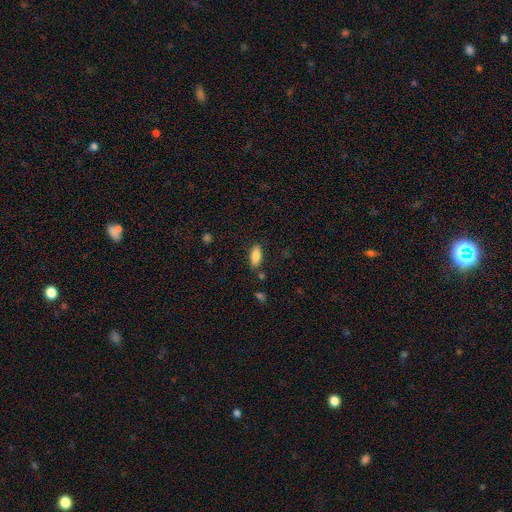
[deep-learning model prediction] Smooth or featured? Predicted: smooth (p=0.83). How rounded? Predicted: in between (p=0.83). Merging? Predicted: none (p=0.82).